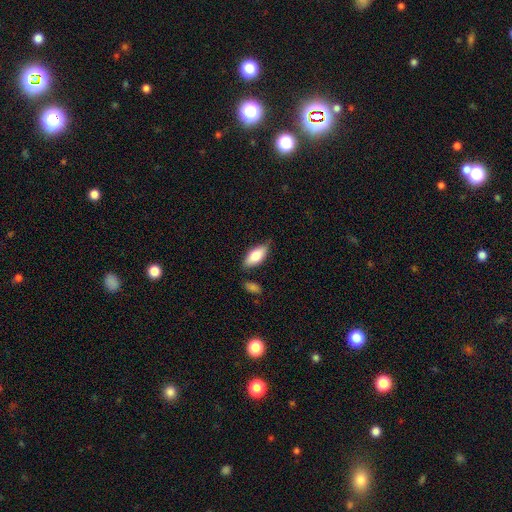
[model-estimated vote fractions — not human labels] A smooth galaxy with no disk features (76%) that is in between round and cigar-shaped (84%).

Vote fractions:
- Smooth or featured? smooth: 76% / featured or disk: 18% / star or artifact: 6%
- How rounded? in between: 84% / cigar-shaped: 14% / round: 2%
- Merging? none: 73% / minor disturbance: 19% / merger: 5% / major disturbance: 4%